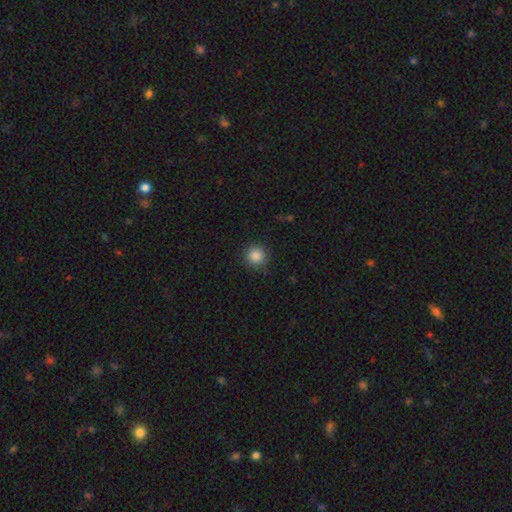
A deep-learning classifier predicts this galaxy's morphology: type=smooth (87%); roundness=round (95%); merging=none (90%).